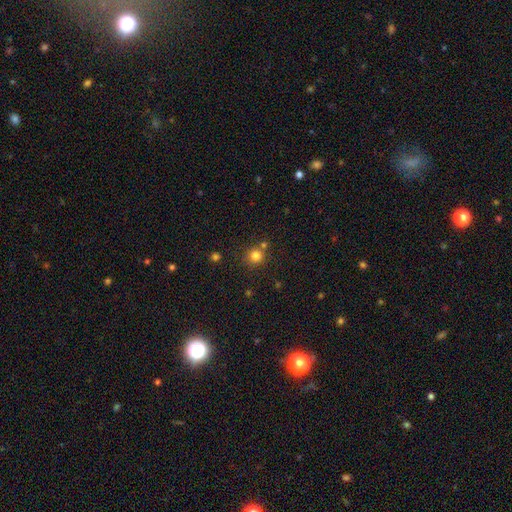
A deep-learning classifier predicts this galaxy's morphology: smooth 80%, star or artifact 14%, featured or disk 6%. Down the decision tree: how rounded — round (91%); merging — none (74%).